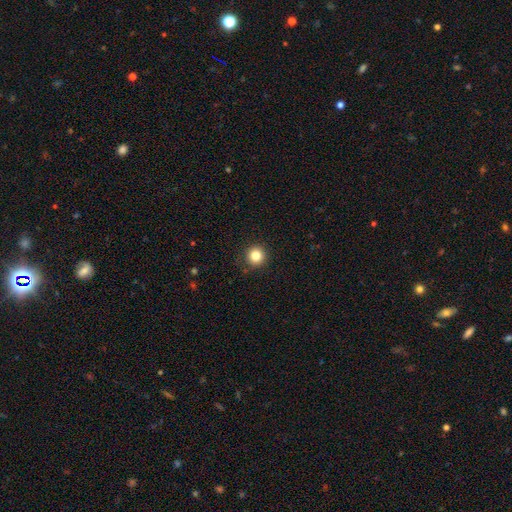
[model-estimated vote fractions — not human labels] Smooth or featured: smooth — 83% (star or artifact — 12%)
How rounded: round — 94% (in between — 5%)
Merging: none — 90% (minor disturbance — 7%)